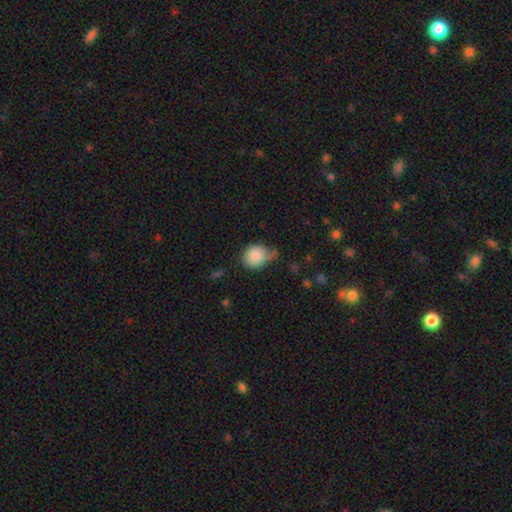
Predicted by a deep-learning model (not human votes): Smooth or featured?
  - smooth: 86% *
  - star or artifact: 8%
  - featured or disk: 7%
How rounded?
  - round: 69% *
  - in between: 30%
  - cigar-shaped: 1%
Merging?
  - minor disturbance: 42% *
  - none: 40%
  - major disturbance: 12%
  - merger: 5%